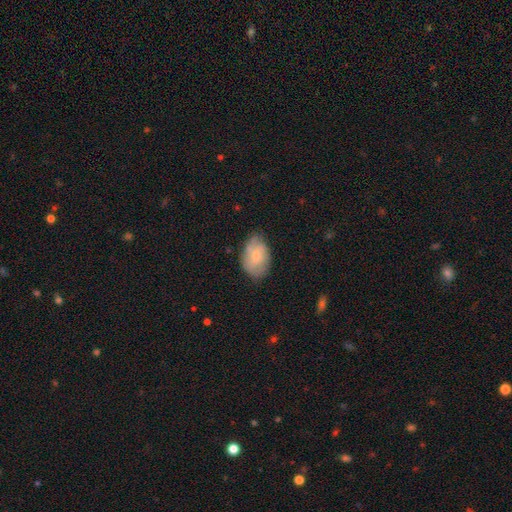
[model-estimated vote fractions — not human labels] Morphology: type=smooth (64%); roundness=in between (86%); merging=none (66%).